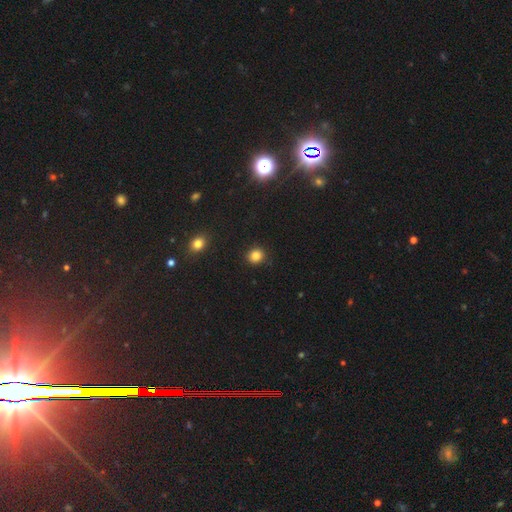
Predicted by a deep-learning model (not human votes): Smooth or featured: smooth — 84% (star or artifact — 12%)
How rounded: round — 86% (in between — 13%)
Merging: none — 90% (minor disturbance — 6%)